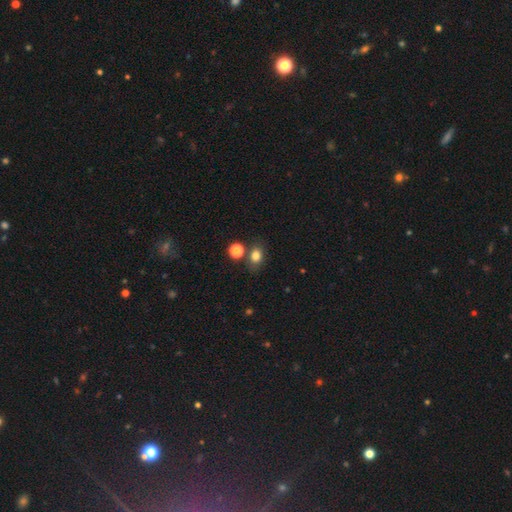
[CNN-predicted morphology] Smooth or featured? Predicted: smooth (p=0.81). How rounded? Predicted: in between (p=0.56). Merging? Predicted: none (p=0.72).